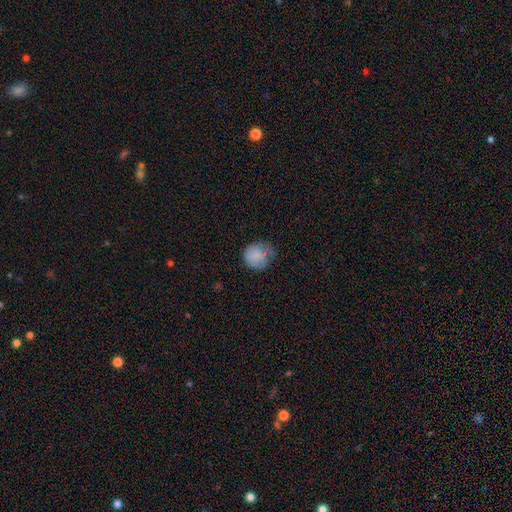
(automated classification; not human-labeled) Smooth or featured? Predicted: smooth (p=0.79). How rounded? Predicted: round (p=0.80). Merging? Predicted: none (p=0.47).